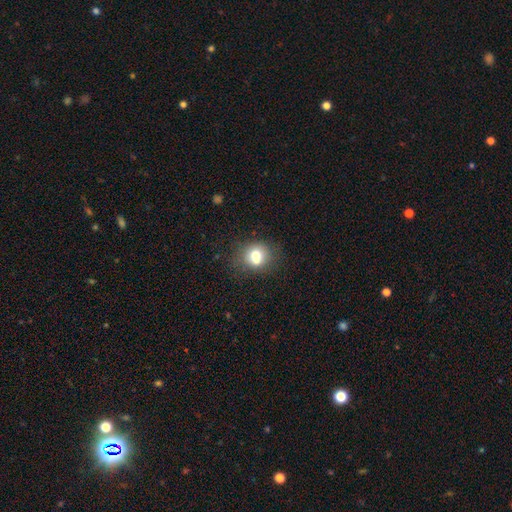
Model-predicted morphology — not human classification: A smooth galaxy with no disk features (71%) that is round (71%).

Vote fractions:
- Smooth or featured? smooth: 71% / featured or disk: 18% / star or artifact: 11%
- How rounded? round: 71% / in between: 28% / cigar-shaped: 1%
- Merging? none: 59% / merger: 19% / minor disturbance: 16% / major disturbance: 6%